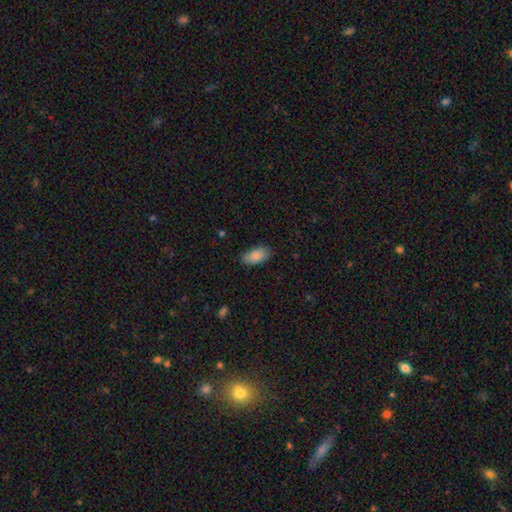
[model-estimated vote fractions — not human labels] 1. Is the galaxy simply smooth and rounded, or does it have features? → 84% smooth, 10% featured or disk, 7% star or artifact.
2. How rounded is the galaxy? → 92% in between, 5% cigar-shaped, 3% round.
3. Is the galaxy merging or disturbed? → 83% none, 14% minor disturbance, 2% major disturbance, 1% merger.